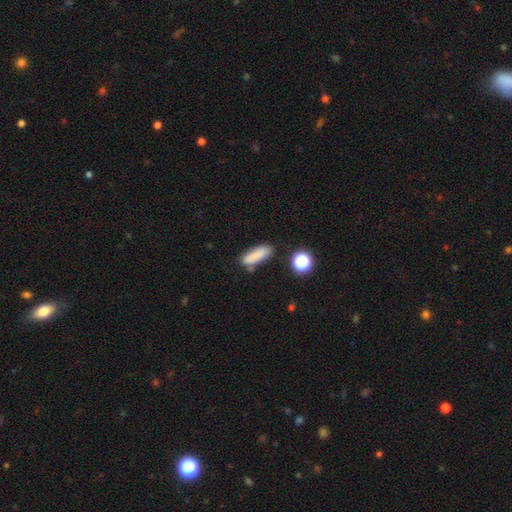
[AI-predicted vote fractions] This is clearly a smooth galaxy (80%). How rounded: possibly in between (48%, tied with cigar-shaped). Merging: likely none (67%).